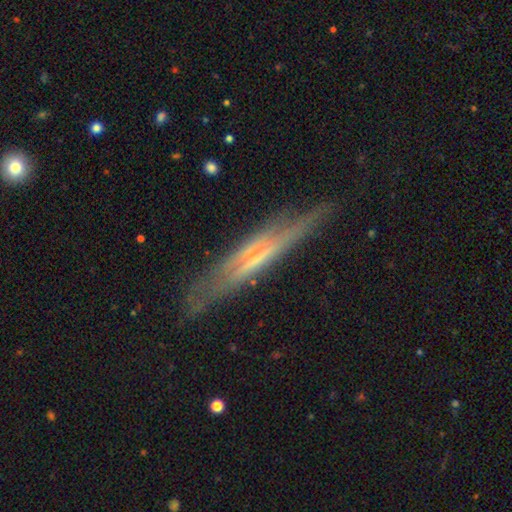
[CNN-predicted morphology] Smooth or featured? featured or disk (71%)
Edge-on disk? yes (92%)
Edge-on bulge? none (52%)
Merging? none (80%)